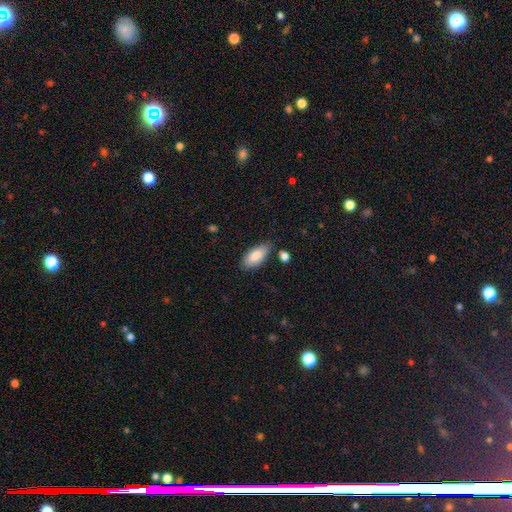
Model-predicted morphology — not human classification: A smooth galaxy with no disk features (84%) that is in between round and cigar-shaped (89%).

Vote fractions:
- Smooth or featured? smooth: 84% / featured or disk: 10% / star or artifact: 6%
- How rounded? in between: 89% / cigar-shaped: 9% / round: 2%
- Merging? none: 73% / minor disturbance: 19% / merger: 4% / major disturbance: 3%